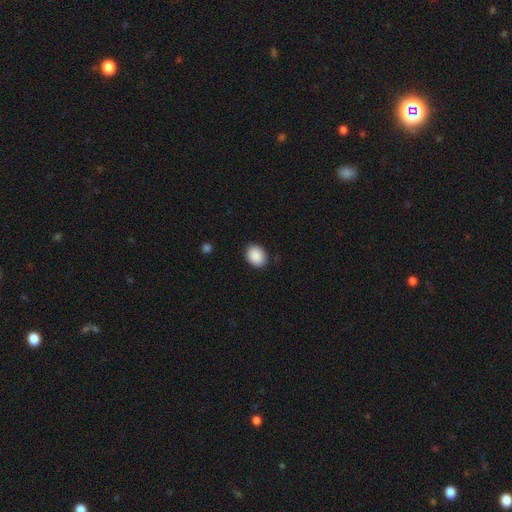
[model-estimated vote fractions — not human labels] The model was most divided on "how rounded": in between: 57%, round: 42%, cigar-shaped: 1%. More confident: smooth or featured — smooth (90%); merging — none (88%).